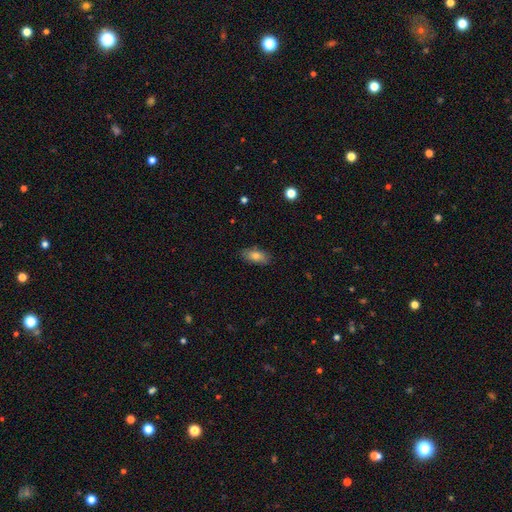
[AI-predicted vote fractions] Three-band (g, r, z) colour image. It shows a smooth galaxy with no disk features (76%) that is in between round and cigar-shaped (87%). Merging: none (85%).